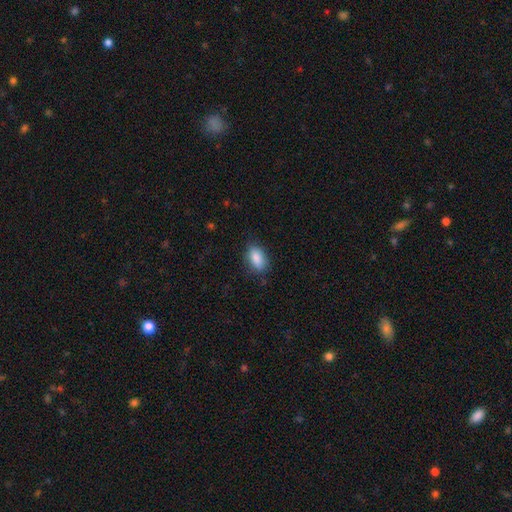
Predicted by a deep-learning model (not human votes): smooth-or-featured: smooth: 87% | star or artifact: 7% | featured or disk: 6%
  how-rounded: in between: 89% | round: 6% | cigar-shaped: 5%
  merging: none: 79% | minor disturbance: 16% | major disturbance: 4% | merger: 1%